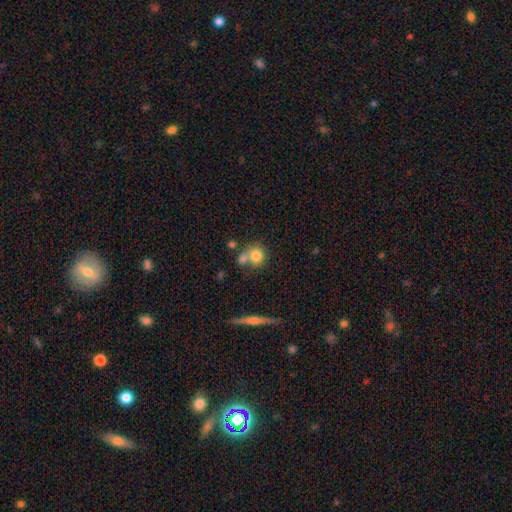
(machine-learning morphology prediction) Overall: smooth (77%). How rounded: round (84%). Merging: none (51%; merger 34%).